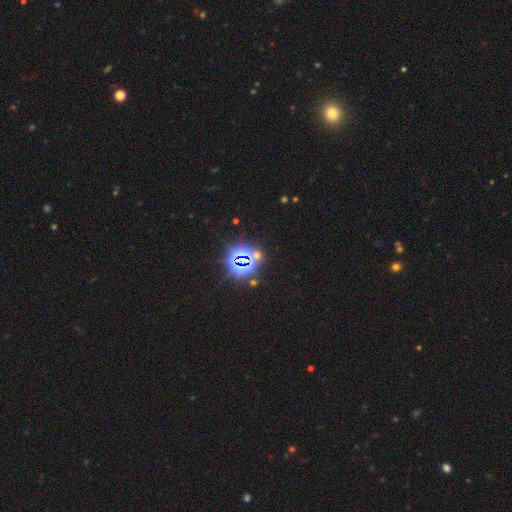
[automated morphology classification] Smooth or featured?
  - star or artifact: 76% *
  - smooth: 16%
  - featured or disk: 7%